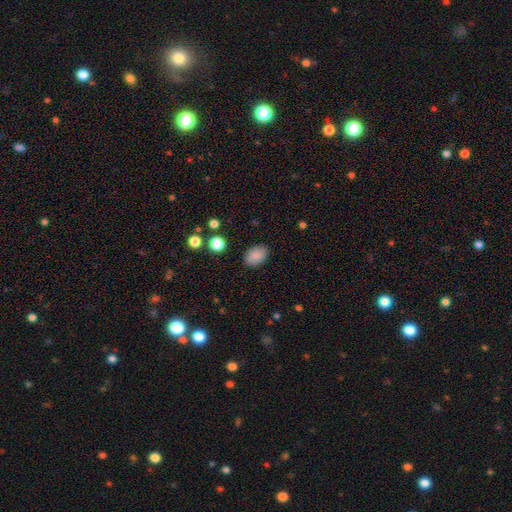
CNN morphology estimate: smooth 86%, star or artifact 8%, featured or disk 5%. Down the decision tree: how rounded — in between (84%); merging — none (88%).